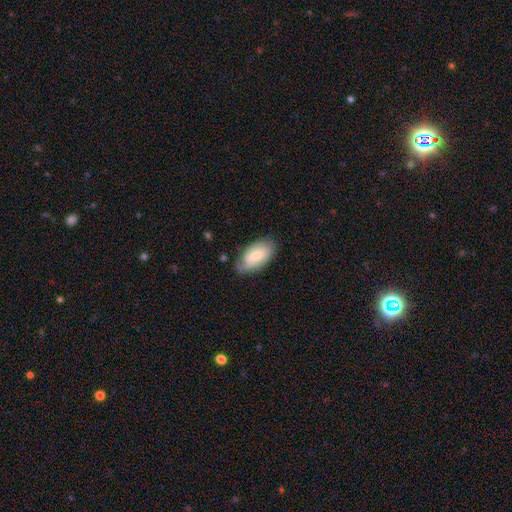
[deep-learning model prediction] Smooth or featured? Predicted: smooth (p=0.65). How rounded? Predicted: in between (p=0.93). Merging? Predicted: none (p=0.70).